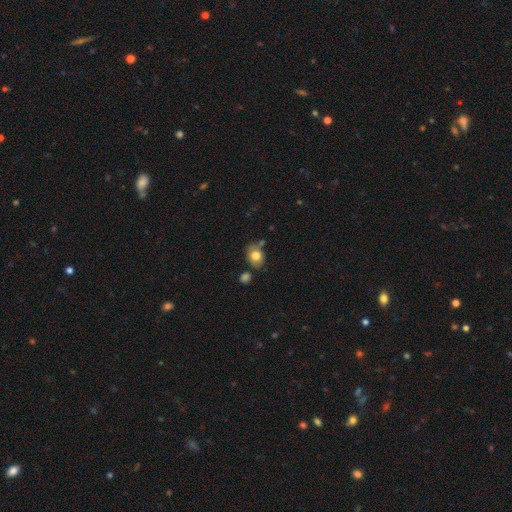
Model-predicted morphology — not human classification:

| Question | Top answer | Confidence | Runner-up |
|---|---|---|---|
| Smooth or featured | smooth | 77% | featured or disk (14%) |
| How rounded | in between | 50% | round (49%) |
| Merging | none | 63% | minor disturbance (20%) |